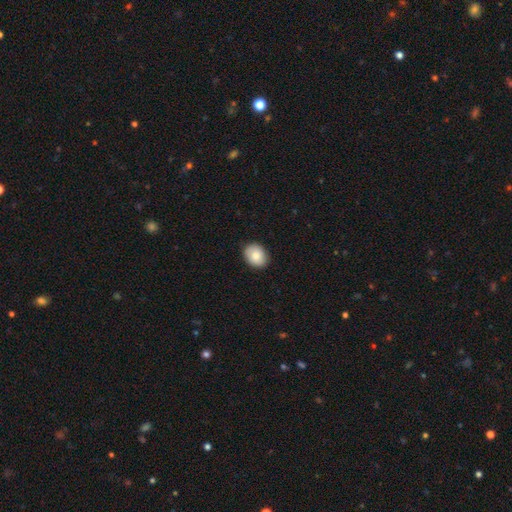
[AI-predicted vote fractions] This appears to be a smooth galaxy with no disk features (85%) that is in between round and cigar-shaped (60%). Merging: none (89%).